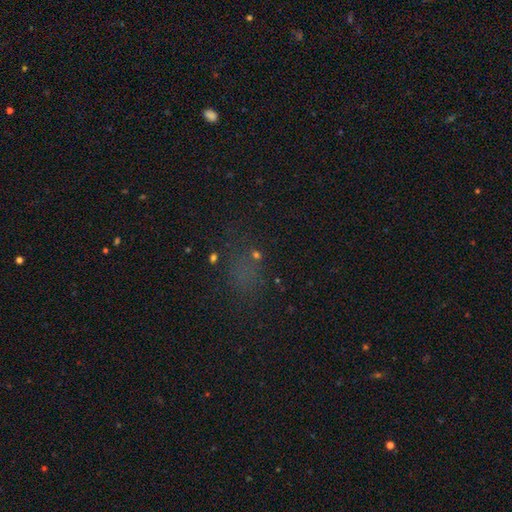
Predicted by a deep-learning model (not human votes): The model was most divided on "smooth or featured": star or artifact: 45%, smooth: 39%, featured or disk: 16%.